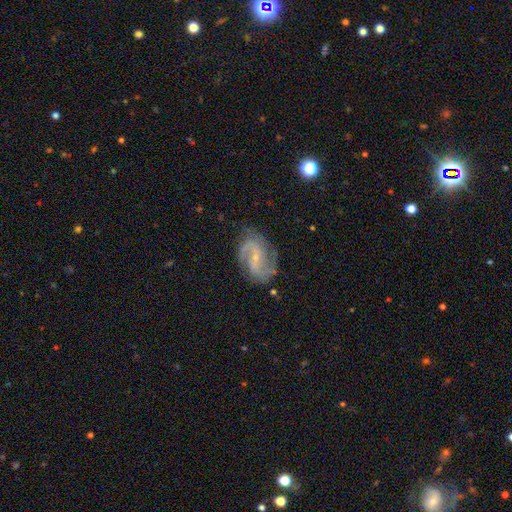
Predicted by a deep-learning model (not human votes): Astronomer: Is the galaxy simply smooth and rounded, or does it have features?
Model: featured or disk — 88%.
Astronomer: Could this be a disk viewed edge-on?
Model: no — 97%.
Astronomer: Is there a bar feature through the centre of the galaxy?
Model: weak — 47% (runner-up: no, 34%).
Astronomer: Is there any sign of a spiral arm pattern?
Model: yes — 97%.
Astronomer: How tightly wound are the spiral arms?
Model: medium — 53%.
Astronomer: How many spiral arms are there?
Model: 2 — 78%.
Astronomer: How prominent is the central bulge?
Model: small — 77%.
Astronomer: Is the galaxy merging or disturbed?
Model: none — 75%.